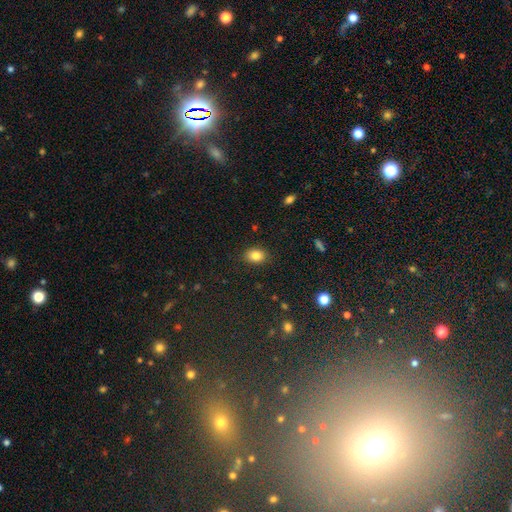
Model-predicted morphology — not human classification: This is clearly a smooth galaxy (83%). How rounded: likely in between (73%). Merging: clearly none (86%).